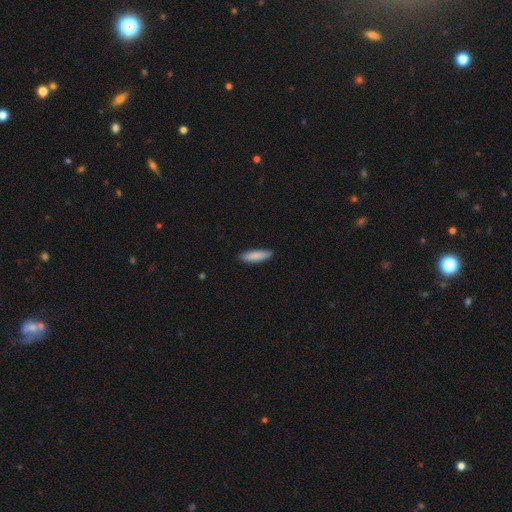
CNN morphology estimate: Smooth or featured? Predicted: smooth (p=0.86). How rounded? Predicted: cigar-shaped (p=0.65). Merging? Predicted: none (p=0.86).